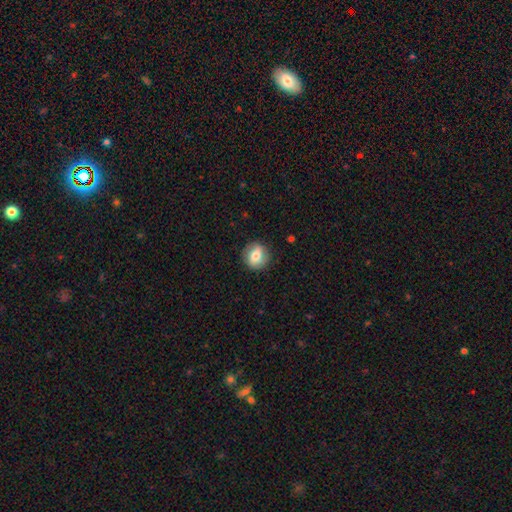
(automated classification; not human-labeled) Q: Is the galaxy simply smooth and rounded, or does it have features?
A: smooth — 68%.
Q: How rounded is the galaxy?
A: round — 83%.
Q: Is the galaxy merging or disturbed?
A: none — 85%.